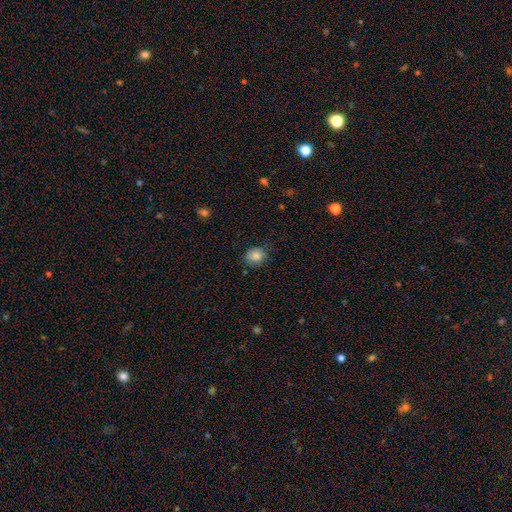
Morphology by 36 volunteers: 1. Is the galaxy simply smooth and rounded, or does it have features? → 89% smooth, 8% featured or disk, 3% star or artifact.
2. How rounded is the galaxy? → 84% round, 16% in between, 0% cigar-shaped.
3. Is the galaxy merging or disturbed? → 74% none, 20% minor disturbance, 3% major disturbance, 3% merger.